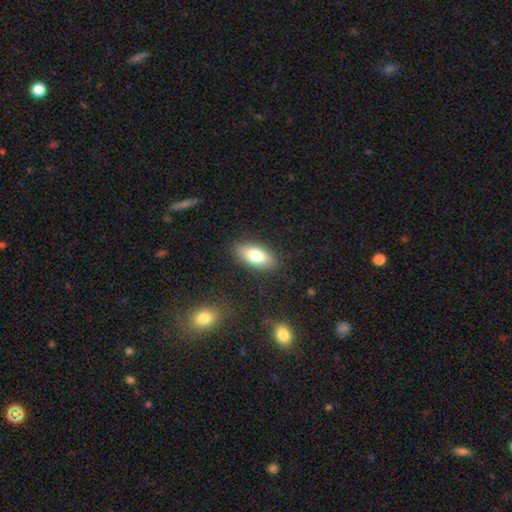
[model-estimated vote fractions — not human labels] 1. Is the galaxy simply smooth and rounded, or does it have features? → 77% smooth, 15% featured or disk, 7% star or artifact.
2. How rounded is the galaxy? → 87% in between, 9% cigar-shaped, 3% round.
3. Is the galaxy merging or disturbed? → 87% none, 9% minor disturbance, 3% major disturbance, 1% merger.